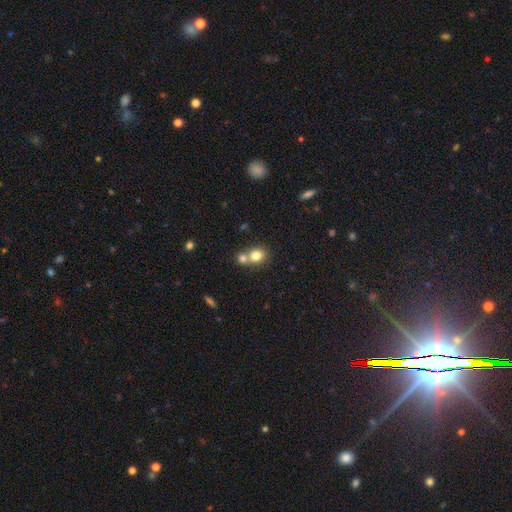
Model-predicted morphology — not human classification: This appears to be a smooth galaxy with no disk features (79%) that is round (67%). Merging: merger (51%).